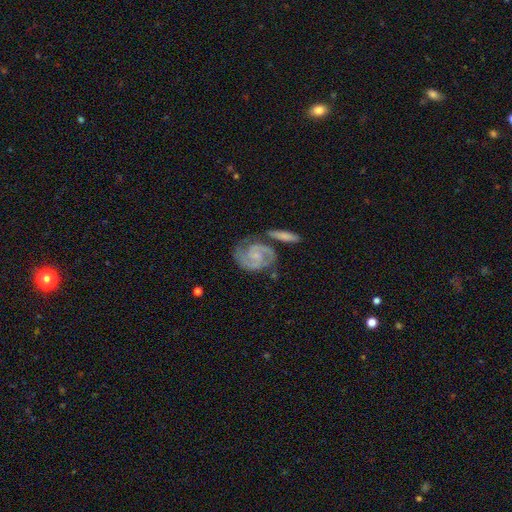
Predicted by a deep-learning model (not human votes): This appears to be a featured or disk galaxy (89%) with no bar (60%), 2 (86%) tight (55%) spiral arms (98%) and a small central bulge (67%). Merging: none (66%).